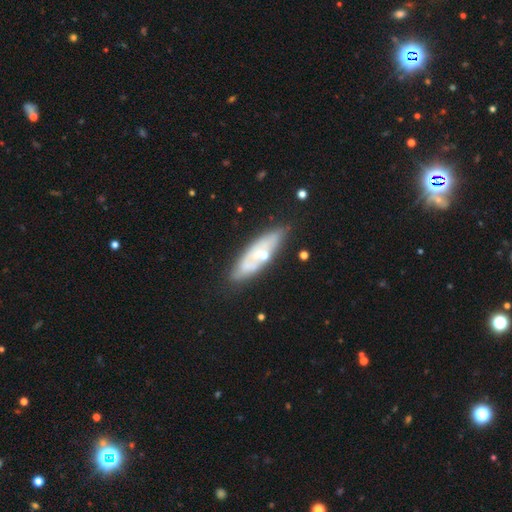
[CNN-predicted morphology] Smooth or featured?
  - featured or disk: 62% *
  - smooth: 30%
  - star or artifact: 8%
Edge-on disk?
  - no: 66% *
  - yes: 34%
Merging?
  - none: 74% *
  - minor disturbance: 17%
  - merger: 5%
  - major disturbance: 5%